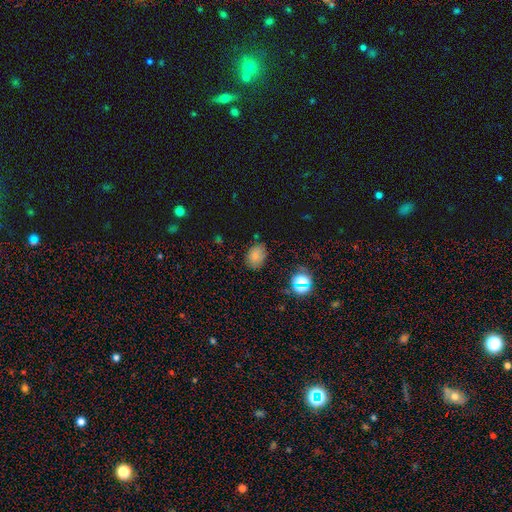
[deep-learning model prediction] smooth-or-featured: smooth: 74% | star or artifact: 17% | featured or disk: 9%
  how-rounded: in between: 74% | round: 25% | cigar-shaped: 1%
  merging: none: 75% | minor disturbance: 18% | major disturbance: 4% | merger: 3%